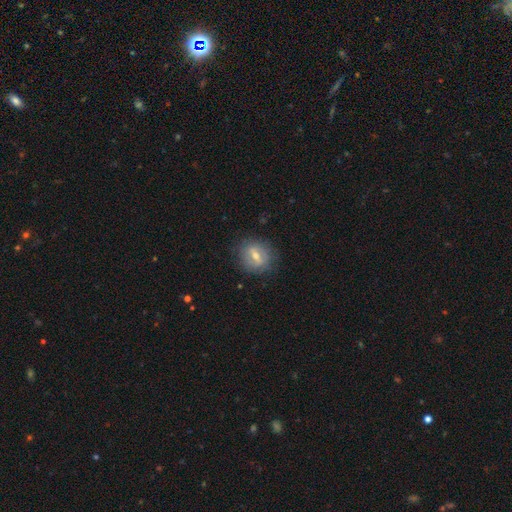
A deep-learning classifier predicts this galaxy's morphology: Smooth or featured?
  - featured or disk: 53% *
  - smooth: 38%
  - star or artifact: 9%
Edge-on disk?
  - no: 86% *
  - yes: 14%
Merging?
  - none: 81% *
  - minor disturbance: 13%
  - major disturbance: 5%
  - merger: 1%